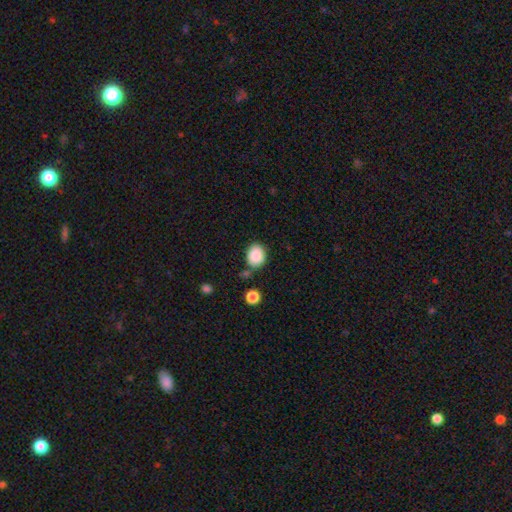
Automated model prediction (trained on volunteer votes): Overall: smooth (87%). How rounded: in between (52%; round 47%). Merging: none (71%).